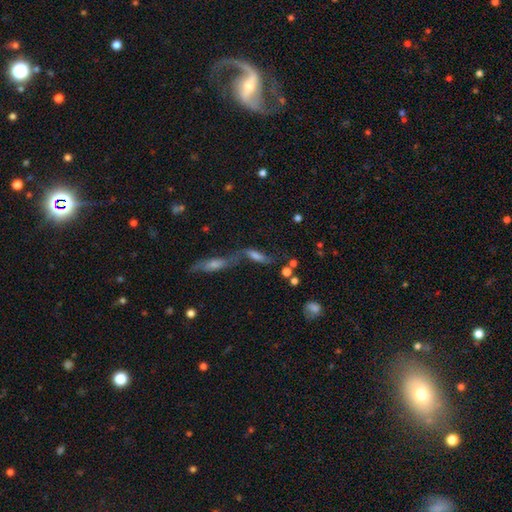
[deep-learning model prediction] A smooth galaxy with no disk features (47%). Merging: merger (51%).